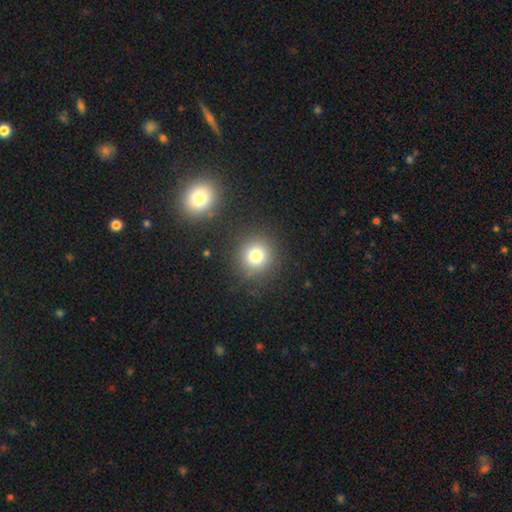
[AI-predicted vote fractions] smooth-or-featured: smooth: 76% | star or artifact: 15% | featured or disk: 9%
  how-rounded: round: 92% | in between: 7% | cigar-shaped: 1%
  merging: none: 86% | minor disturbance: 7% | major disturbance: 3% | merger: 3%